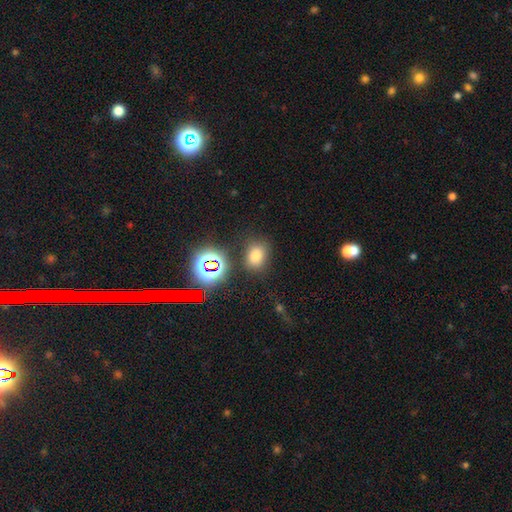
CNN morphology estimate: The model was most divided on "how rounded": in between: 55%, round: 43%, cigar-shaped: 1%. More confident: merging — none (79%); smooth or featured — smooth (71%).